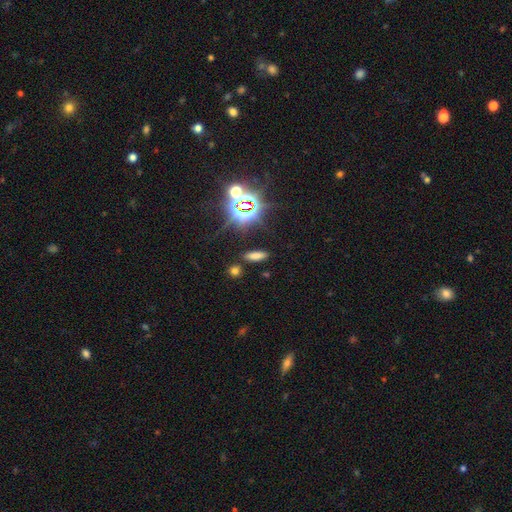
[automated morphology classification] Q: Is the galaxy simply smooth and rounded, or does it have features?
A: smooth — 63%.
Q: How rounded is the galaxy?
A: cigar-shaped — 55%.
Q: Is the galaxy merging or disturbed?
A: none — 86%.